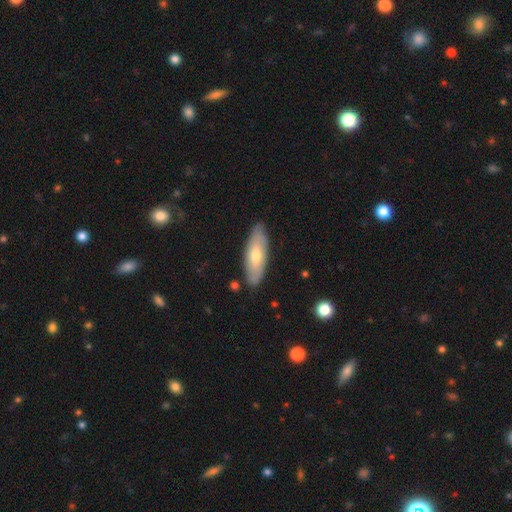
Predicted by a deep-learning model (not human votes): Q: Smooth or featured?
A: smooth (57%); runner-up: featured or disk (37%)
Q: How rounded?
A: in between (61%); runner-up: cigar-shaped (37%)
Q: Merging?
A: none (84%); runner-up: minor disturbance (12%)